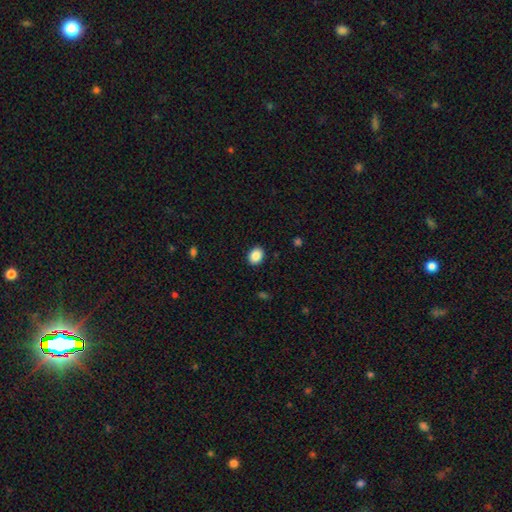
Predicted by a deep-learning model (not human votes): smooth 88%, star or artifact 8%, featured or disk 3%. Down the decision tree: how rounded — in between (57%); merging — none (90%).